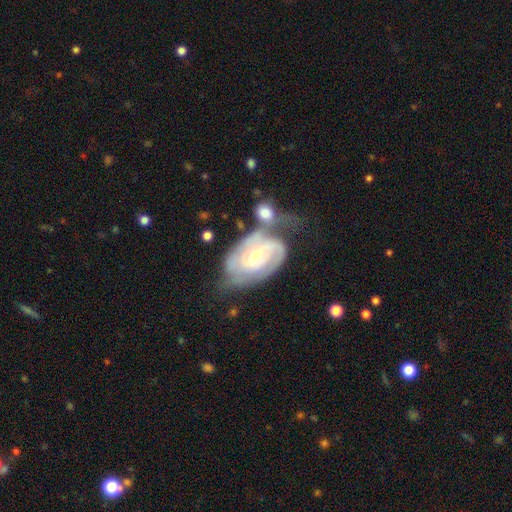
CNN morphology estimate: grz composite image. It shows a featured or disk galaxy (81%) with a weak bar (48%), 2 (51%) tight (52%) spiral arms (92%) and a small central bulge (57%). Merging: merger (30%, tied with none).